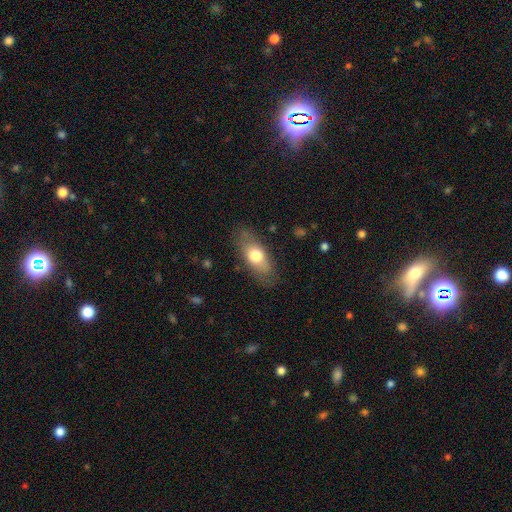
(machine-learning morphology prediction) smooth 68%, featured or disk 26%, star or artifact 7%. Down the decision tree: how rounded — in between (77%); merging — none (79%).